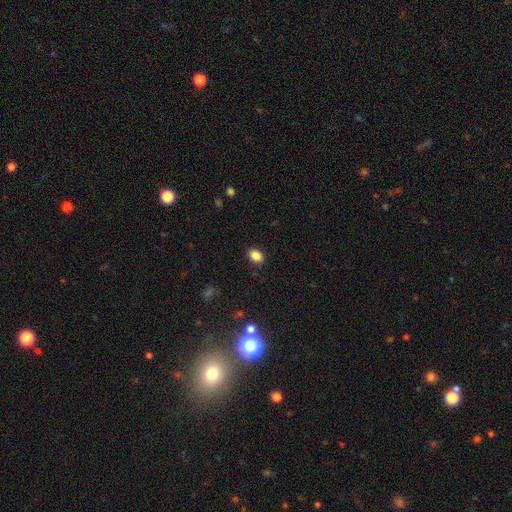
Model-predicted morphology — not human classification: smooth-or-featured: smooth: 86% | star or artifact: 10% | featured or disk: 5%
  how-rounded: in between: 78% | round: 21% | cigar-shaped: 1%
  merging: none: 88% | minor disturbance: 8% | major disturbance: 2% | merger: 1%